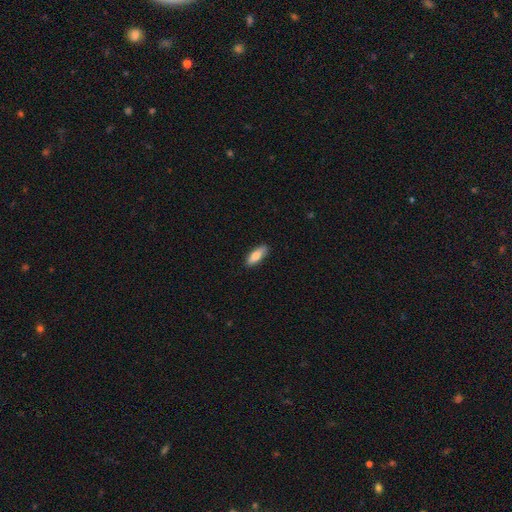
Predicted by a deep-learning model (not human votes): Smooth or featured? smooth (79%)
How rounded? in between (67%)
Merging? none (88%)